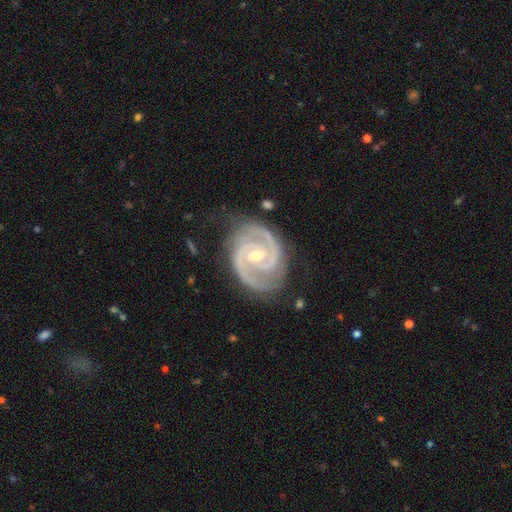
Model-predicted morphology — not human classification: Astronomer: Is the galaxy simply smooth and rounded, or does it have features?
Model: featured or disk — 94%.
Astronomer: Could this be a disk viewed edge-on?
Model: no — 98%.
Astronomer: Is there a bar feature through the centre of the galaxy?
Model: no — 45% (runner-up: weak, 38%).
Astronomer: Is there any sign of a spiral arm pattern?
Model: yes — 99%.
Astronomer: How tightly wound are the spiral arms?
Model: tight — 62%.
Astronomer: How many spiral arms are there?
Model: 2 — 85%.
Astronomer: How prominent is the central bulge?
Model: small — 52% (runner-up: moderate, 46%).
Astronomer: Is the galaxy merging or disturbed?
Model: none — 75%.